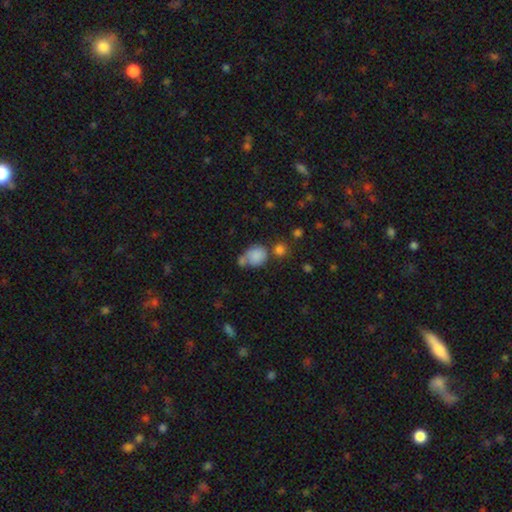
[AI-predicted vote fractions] This appears to be a smooth galaxy with no disk features (81%) that is round (61%). Merging: none (42%).